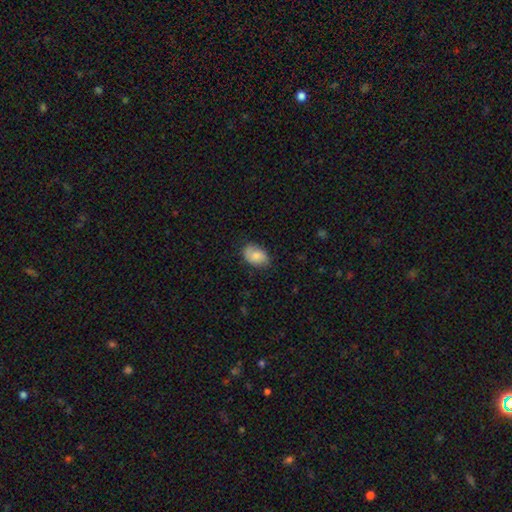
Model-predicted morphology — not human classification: smooth-or-featured: smooth: 78% | featured or disk: 15% | star or artifact: 7%
  how-rounded: in between: 84% | round: 15% | cigar-shaped: 1%
  merging: none: 73% | minor disturbance: 22% | major disturbance: 4% | merger: 1%